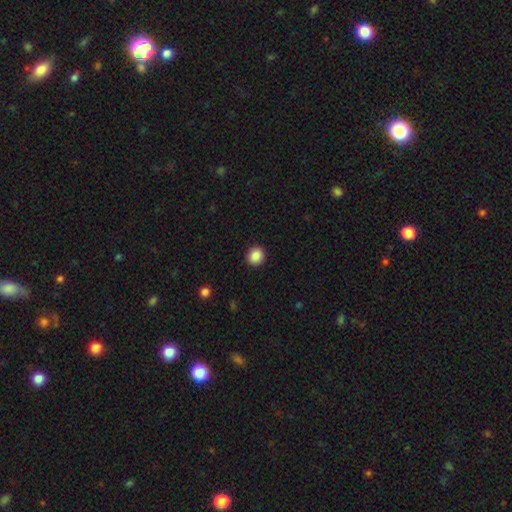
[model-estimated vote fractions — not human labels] Smooth or featured? Predicted: smooth (p=0.87). How rounded? Predicted: round (p=0.88). Merging? Predicted: none (p=0.92).